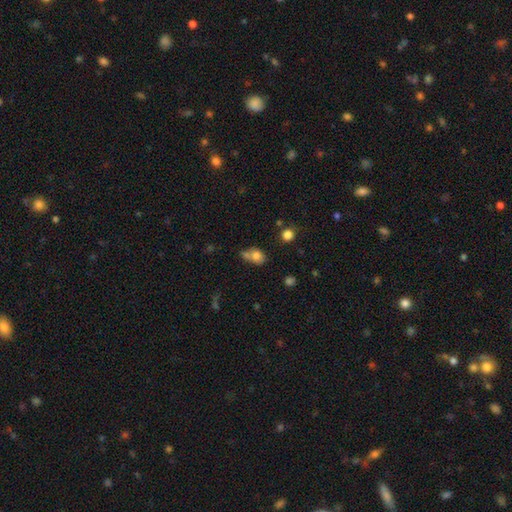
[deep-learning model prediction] smooth 77%, featured or disk 12%, star or artifact 11%. Down the decision tree: how rounded — in between (51%); merging — merger (39%).